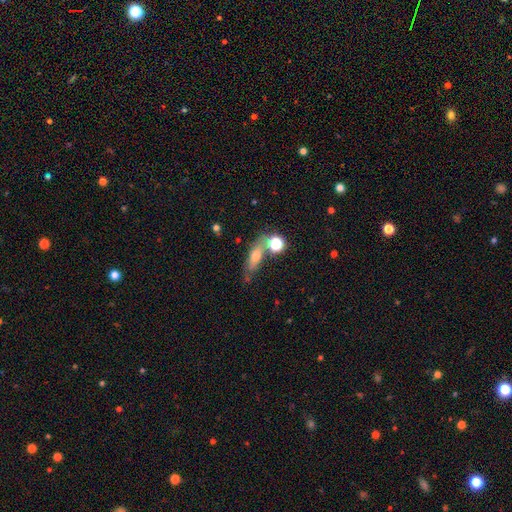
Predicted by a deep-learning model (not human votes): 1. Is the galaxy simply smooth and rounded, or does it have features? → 59% smooth, 28% featured or disk, 13% star or artifact.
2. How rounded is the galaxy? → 54% in between, 35% cigar-shaped, 12% round.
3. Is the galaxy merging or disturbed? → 54% none, 19% merger, 18% minor disturbance, 9% major disturbance.